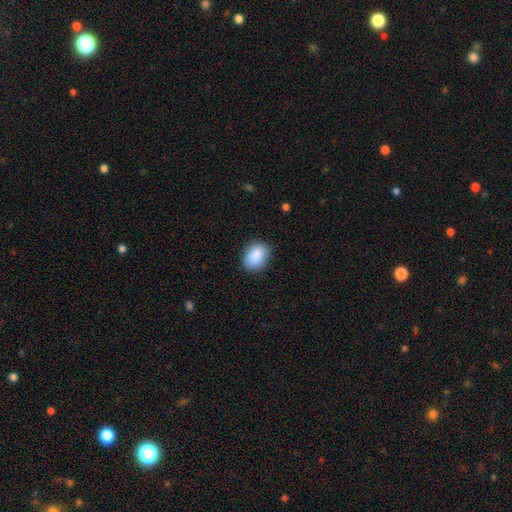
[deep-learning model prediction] The model was most divided on "how rounded": in between: 71%, round: 27%, cigar-shaped: 1%. More confident: smooth or featured — smooth (89%); merging — none (86%).